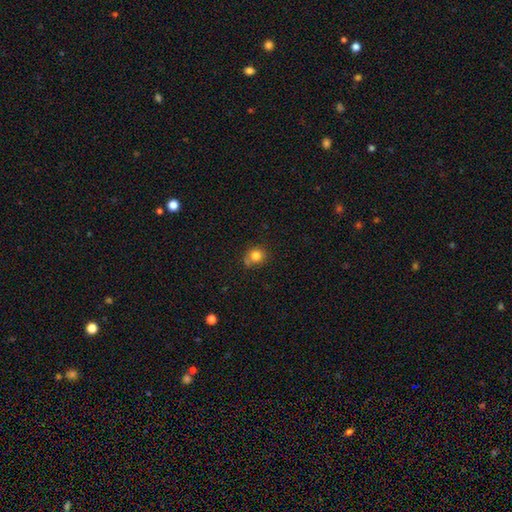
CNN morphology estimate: Smooth or featured? smooth (81%)
How rounded? round (85%)
Merging? none (69%)